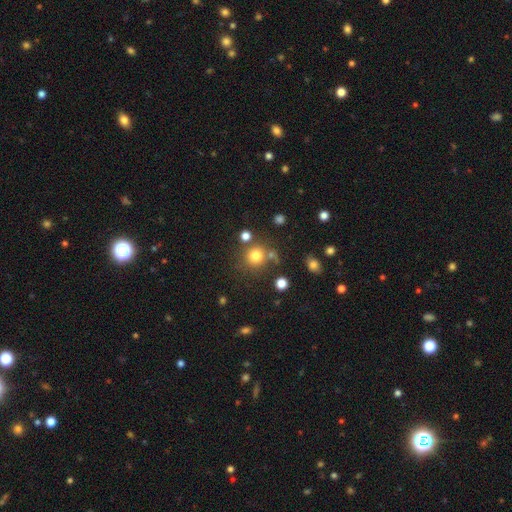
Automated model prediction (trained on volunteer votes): Smooth or featured: smooth — 78% (star or artifact — 14%)
How rounded: round — 90% (in between — 9%)
Merging: none — 71% (merger — 13%)